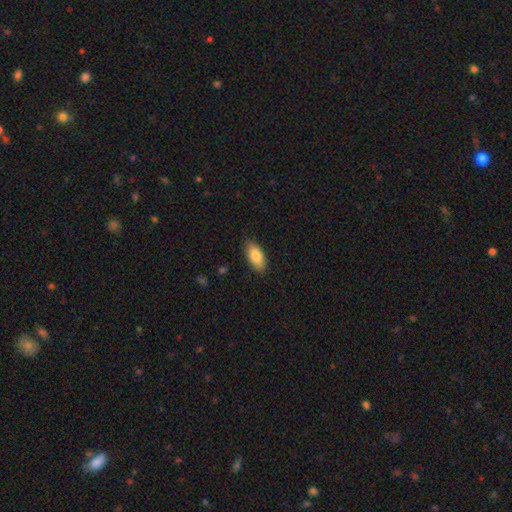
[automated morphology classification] Smooth or featured? Predicted: smooth (p=0.83). How rounded? Predicted: in between (p=0.88). Merging? Predicted: none (p=0.86).